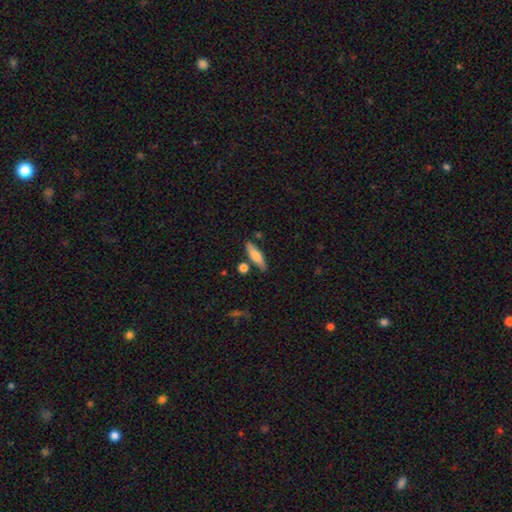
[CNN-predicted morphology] Smooth or featured?
  - smooth: 67% *
  - featured or disk: 27%
  - star or artifact: 6%
How rounded?
  - cigar-shaped: 62% *
  - in between: 36%
  - round: 2%
Merging?
  - none: 78% *
  - minor disturbance: 12%
  - merger: 7%
  - major disturbance: 3%